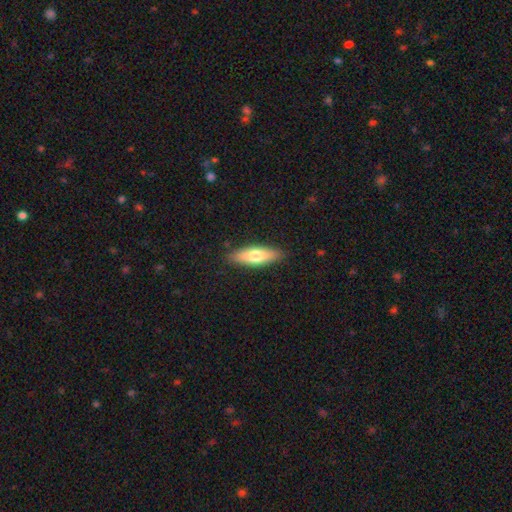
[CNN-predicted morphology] Smooth or featured: smooth — 67% (featured or disk — 27%)
How rounded: in between — 55% (cigar-shaped — 43%)
Merging: none — 87% (minor disturbance — 10%)